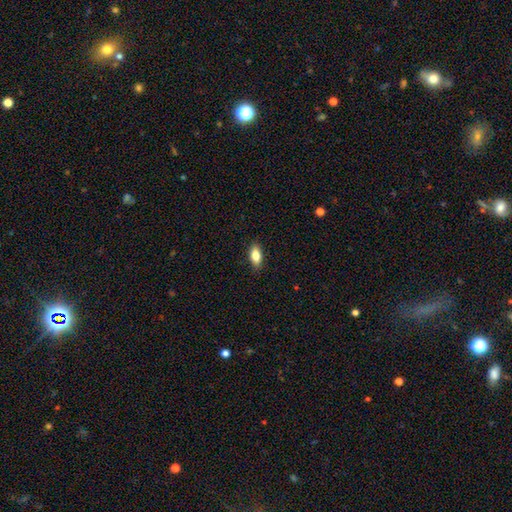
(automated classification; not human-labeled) Smooth or featured?
  - smooth: 83% *
  - featured or disk: 10%
  - star or artifact: 7%
How rounded?
  - in between: 87% *
  - cigar-shaped: 10%
  - round: 4%
Merging?
  - none: 88% *
  - minor disturbance: 9%
  - major disturbance: 2%
  - merger: 1%